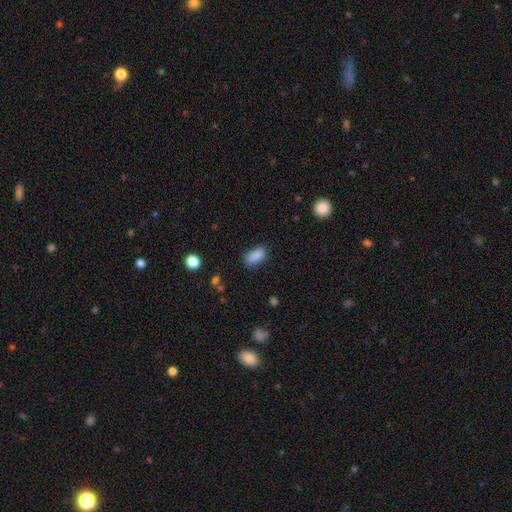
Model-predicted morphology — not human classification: A smooth galaxy with no disk features (87%) that is in between round and cigar-shaped (87%).

Vote fractions:
- Smooth or featured? smooth: 87% / star or artifact: 9% / featured or disk: 4%
- How rounded? in between: 87% / cigar-shaped: 9% / round: 4%
- Merging? none: 76% / minor disturbance: 18% / major disturbance: 4% / merger: 2%